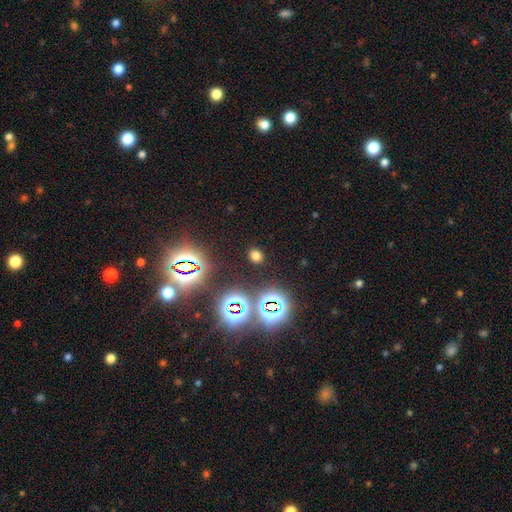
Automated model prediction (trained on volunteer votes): smooth-or-featured: smooth: 63% | star or artifact: 32% | featured or disk: 5%
  how-rounded: round: 53% | in between: 45% | cigar-shaped: 1%
  merging: none: 88% | minor disturbance: 7% | major disturbance: 3% | merger: 2%